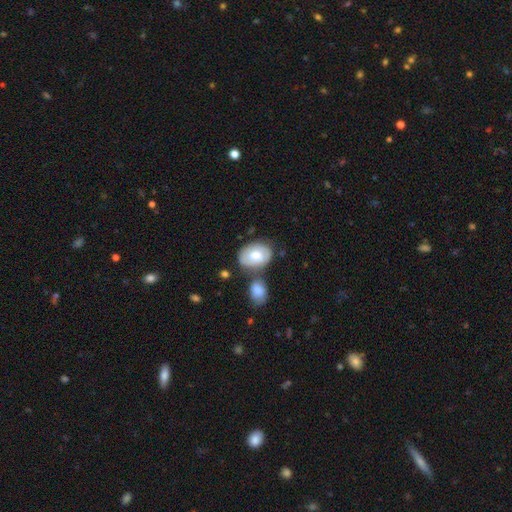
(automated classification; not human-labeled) Q: Smooth or featured?
A: smooth (54%); runner-up: featured or disk (40%)
Q: How rounded?
A: in between (78%); runner-up: round (21%)
Q: Merging?
A: none (53%); runner-up: merger (22%)